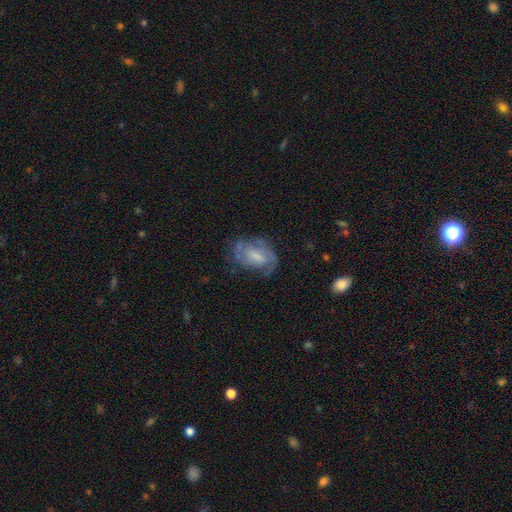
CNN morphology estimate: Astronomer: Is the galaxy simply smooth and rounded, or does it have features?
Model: featured or disk — 65%.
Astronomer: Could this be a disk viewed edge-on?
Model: no — 96%.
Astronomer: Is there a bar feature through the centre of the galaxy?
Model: weak — 48% (runner-up: no, 38%).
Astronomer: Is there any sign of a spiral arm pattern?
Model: yes — 81%.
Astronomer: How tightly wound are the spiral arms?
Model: medium — 43% (runner-up: tight, 41%).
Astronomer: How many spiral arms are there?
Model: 2 — 52% (runner-up: can't tell, 30%).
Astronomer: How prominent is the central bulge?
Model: small — 41% (runner-up: moderate, 30%).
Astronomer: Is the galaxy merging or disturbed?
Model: none — 58%.